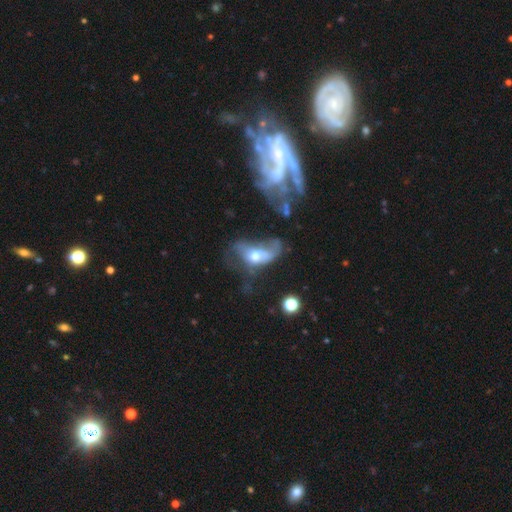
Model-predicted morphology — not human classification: A featured or disk galaxy (50%).

Vote fractions:
- Smooth or featured? featured or disk: 50% / smooth: 38% / star or artifact: 12%
- Merging? major disturbance: 51% / merger: 20% / none: 15% / minor disturbance: 13%